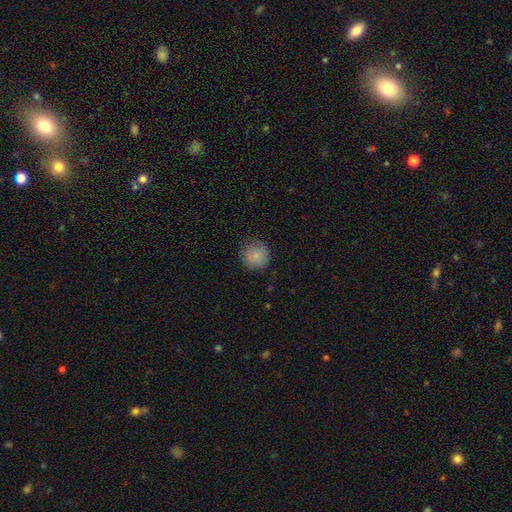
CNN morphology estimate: The model was most divided on "merging": none: 83%, minor disturbance: 13%, major disturbance: 3%, merger: 1%. More confident: how rounded — round (93%); smooth or featured — smooth (86%).